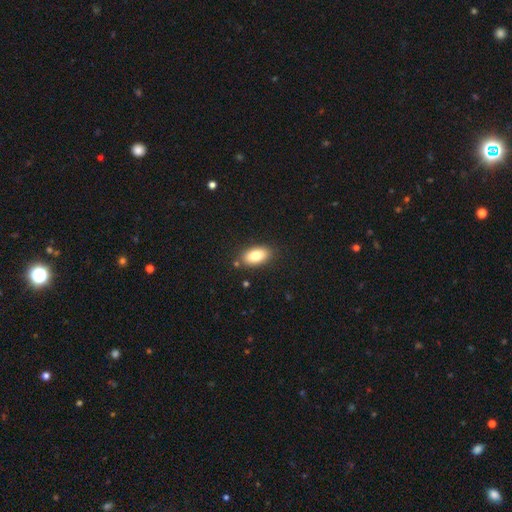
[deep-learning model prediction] smooth-or-featured: smooth: 82% | featured or disk: 10% | star or artifact: 7%
  how-rounded: in between: 92% | round: 4% | cigar-shaped: 3%
  merging: none: 86% | minor disturbance: 10% | major disturbance: 2% | merger: 2%